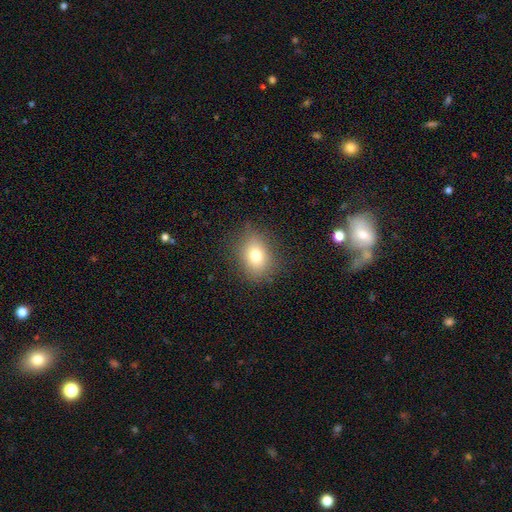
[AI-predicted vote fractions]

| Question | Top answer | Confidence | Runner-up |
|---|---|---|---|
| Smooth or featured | smooth | 77% | star or artifact (12%) |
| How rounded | in between | 60% | round (38%) |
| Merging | none | 82% | minor disturbance (13%) |